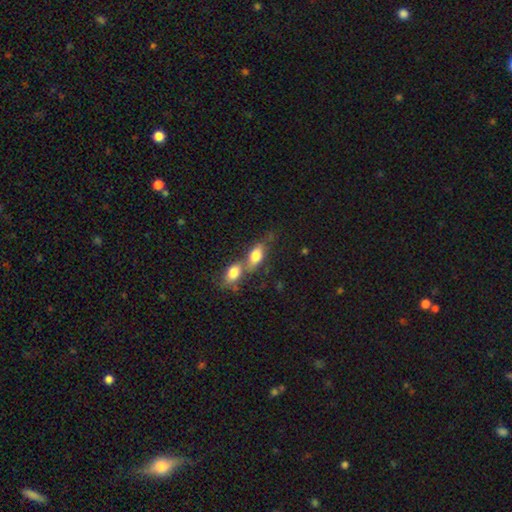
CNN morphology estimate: Q: Smooth or featured?
A: smooth (76%); runner-up: featured or disk (15%)
Q: How rounded?
A: in between (83%); runner-up: round (9%)
Q: Merging?
A: merger (58%); runner-up: none (28%)